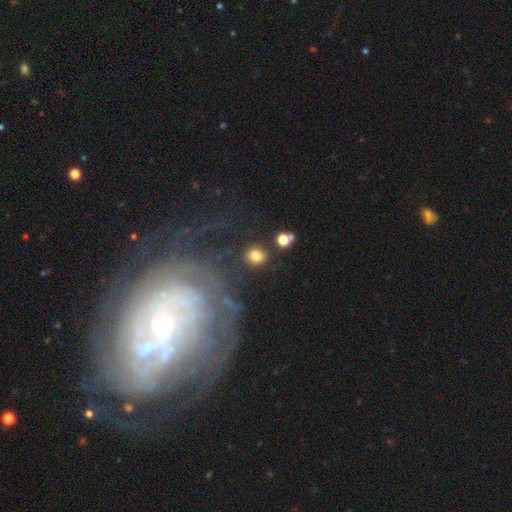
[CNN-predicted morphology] type=smooth (79%); roundness=round (75%); merging=none (83%).